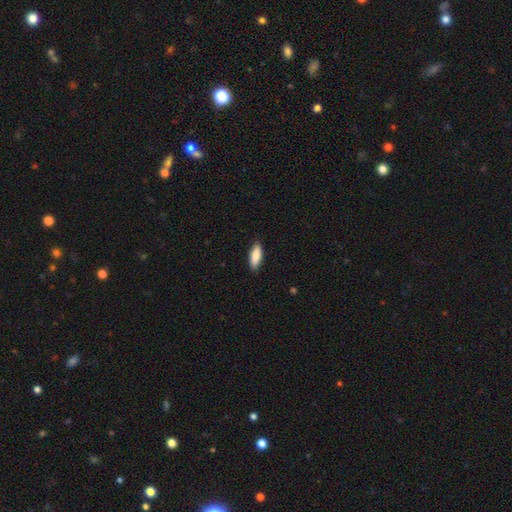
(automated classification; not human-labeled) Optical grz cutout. It shows a smooth galaxy with no disk features (86%) that is in between round and cigar-shaped (66%). Merging: none (86%).